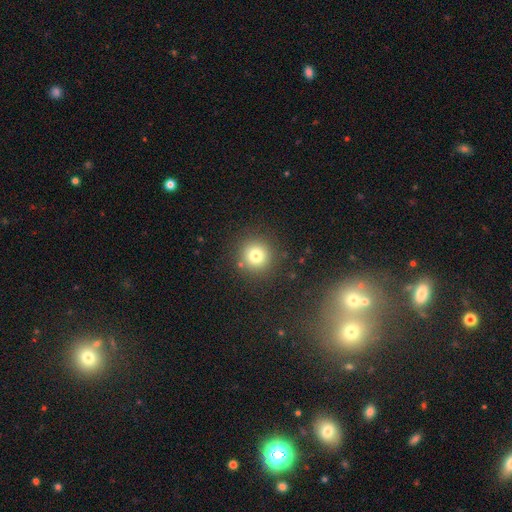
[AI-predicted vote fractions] smooth-or-featured: smooth: 77% | star or artifact: 14% | featured or disk: 9%
  how-rounded: round: 94% | in between: 5% | cigar-shaped: 1%
  merging: none: 86% | minor disturbance: 7% | merger: 3% | major disturbance: 3%